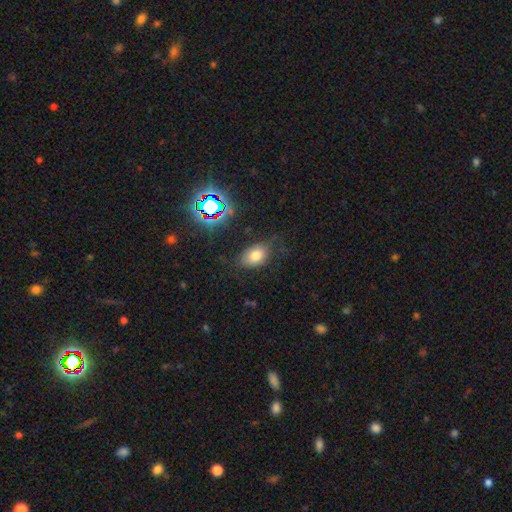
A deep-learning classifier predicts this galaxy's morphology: Smooth or featured: smooth — 71% (star or artifact — 15%)
How rounded: in between — 83% (round — 16%)
Merging: none — 68% (minor disturbance — 21%)